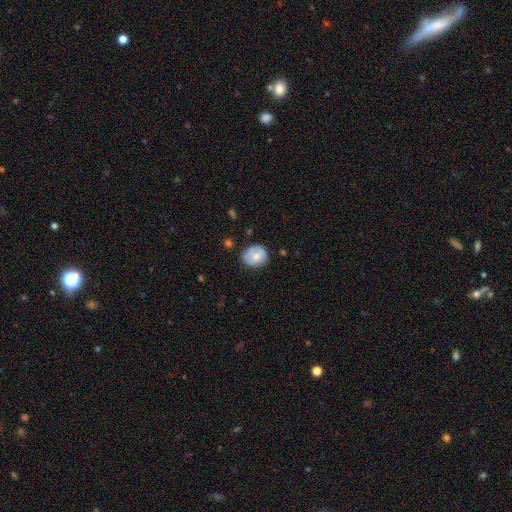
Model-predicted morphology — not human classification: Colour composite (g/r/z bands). It shows a smooth galaxy with no disk features (60%) that is round (66%). Merging: none (69%).